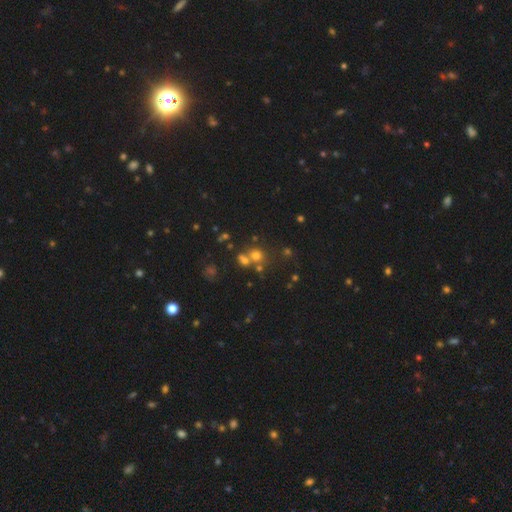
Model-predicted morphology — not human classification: A smooth galaxy with no disk features (63%) that is round (84%). Merging: none (54%).